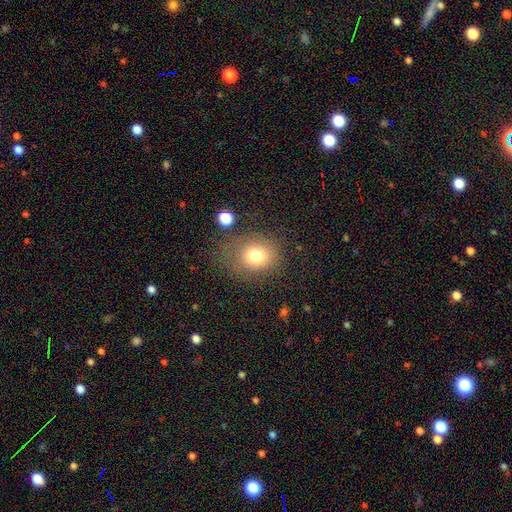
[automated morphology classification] A smooth galaxy with no disk features (76%) that is round (68%).

Vote fractions:
- Smooth or featured? smooth: 76% / star or artifact: 13% / featured or disk: 11%
- How rounded? round: 68% / in between: 31% / cigar-shaped: 1%
- Merging? none: 71% / minor disturbance: 16% / major disturbance: 9% / merger: 4%